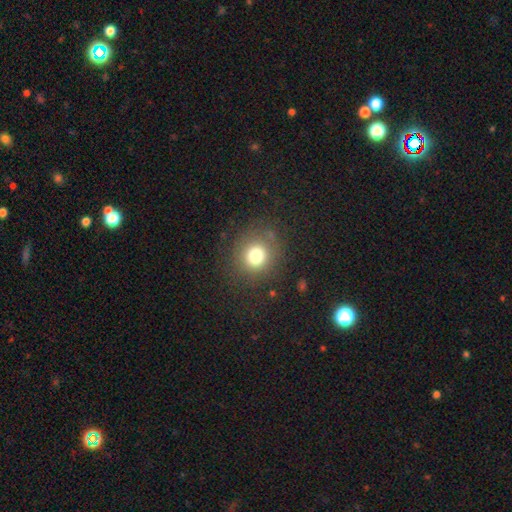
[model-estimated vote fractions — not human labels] Smooth or featured?
  - smooth: 76% *
  - star or artifact: 14%
  - featured or disk: 10%
How rounded?
  - round: 88% *
  - in between: 11%
  - cigar-shaped: 1%
Merging?
  - none: 83% *
  - minor disturbance: 10%
  - major disturbance: 6%
  - merger: 2%